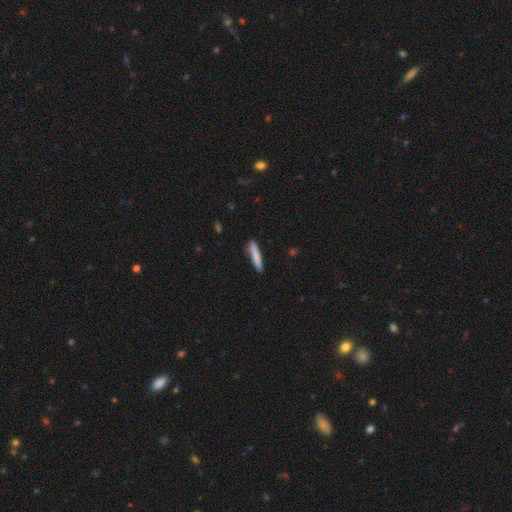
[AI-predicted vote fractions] Q: Smooth or featured?
A: smooth (81%); runner-up: featured or disk (13%)
Q: How rounded?
A: cigar-shaped (93%); runner-up: in between (5%)
Q: Merging?
A: none (85%); runner-up: minor disturbance (12%)